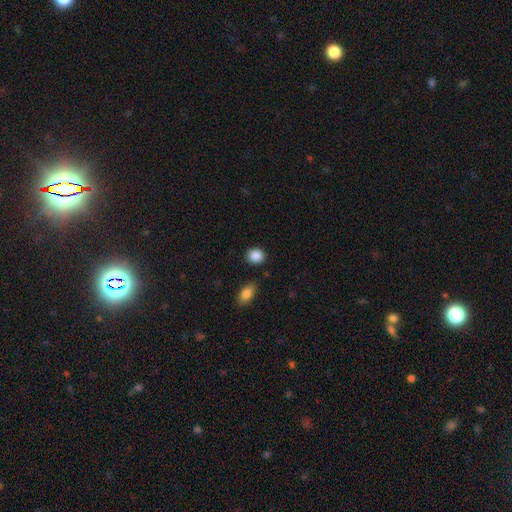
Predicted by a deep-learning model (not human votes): smooth 89%, star or artifact 8%, featured or disk 3%. Down the decision tree: how rounded — round (71%); merging — none (85%).